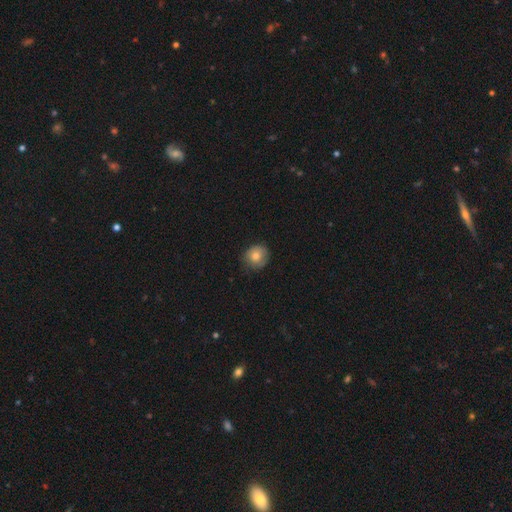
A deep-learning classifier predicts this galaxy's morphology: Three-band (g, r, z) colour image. It shows a smooth galaxy with no disk features (77%) that is round (84%). Merging: none (76%).